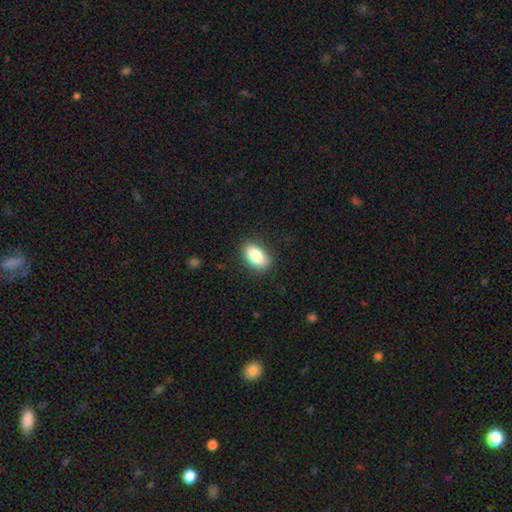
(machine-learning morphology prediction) Smooth or featured? smooth (82%)
How rounded? in between (89%)
Merging? none (85%)